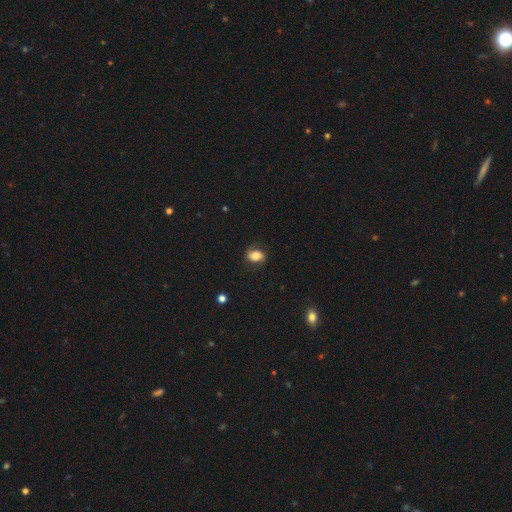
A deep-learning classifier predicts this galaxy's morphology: Smooth or featured? Predicted: smooth (p=0.76). How rounded? Predicted: in between (p=0.67). Merging? Predicted: none (p=0.76).